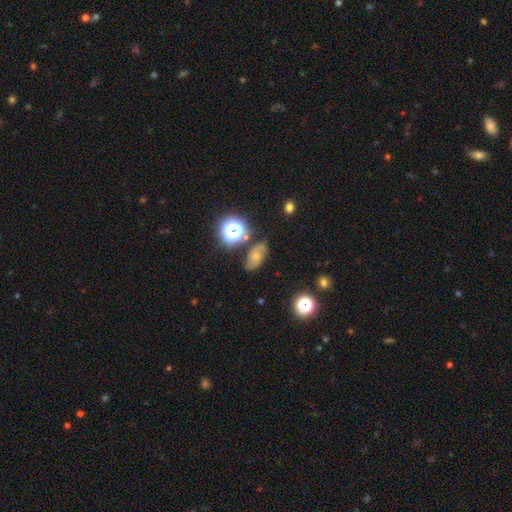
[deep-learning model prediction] This appears to be a featured or disk galaxy (48%). Merging: none (65%).